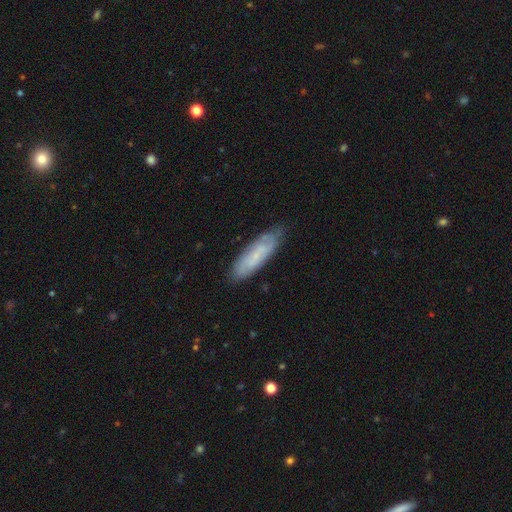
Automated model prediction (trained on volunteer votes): The model was most divided on "smooth or featured": featured or disk: 49%, smooth: 44%, star or artifact: 7%. More confident: merging — none (77%).